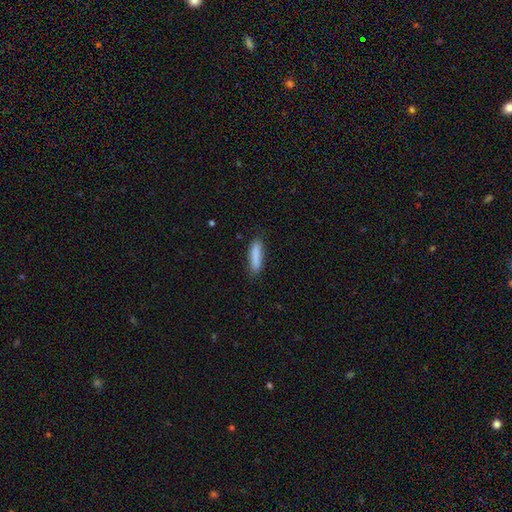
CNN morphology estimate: This appears to be a smooth galaxy with no disk features (87%) that is cigar-shaped (72%). Merging: none (84%).